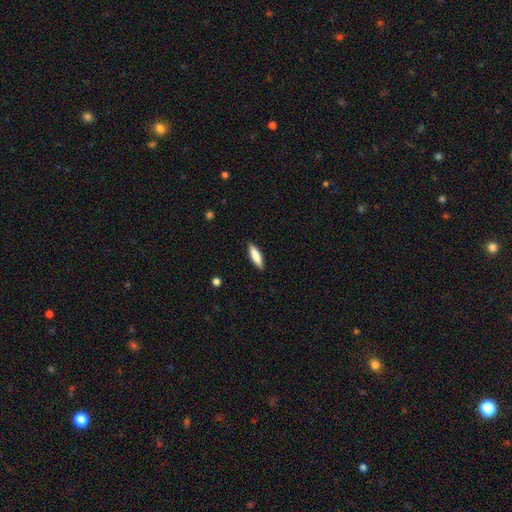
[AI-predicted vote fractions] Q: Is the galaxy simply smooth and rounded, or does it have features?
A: smooth — 83%.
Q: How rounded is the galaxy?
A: cigar-shaped — 58%.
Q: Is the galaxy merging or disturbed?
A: none — 89%.